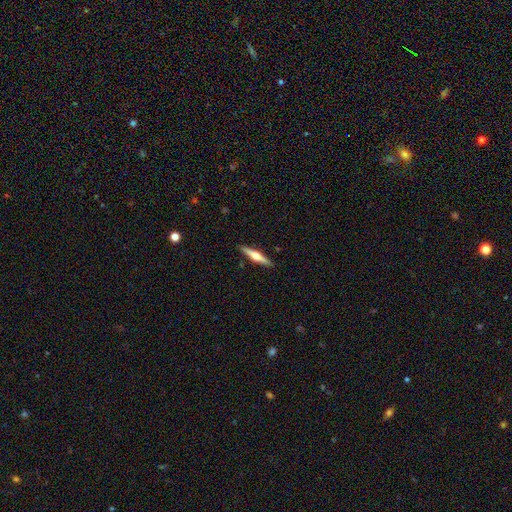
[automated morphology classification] Smooth or featured?
  - featured or disk: 60% *
  - smooth: 34%
  - star or artifact: 5%
Edge-on disk?
  - yes: 97% *
  - no: 3%
Edge-on bulge?
  - rounded: 90% *
  - boxy: 6%
  - none: 4%
Merging?
  - none: 90% *
  - minor disturbance: 7%
  - major disturbance: 1%
  - merger: 1%